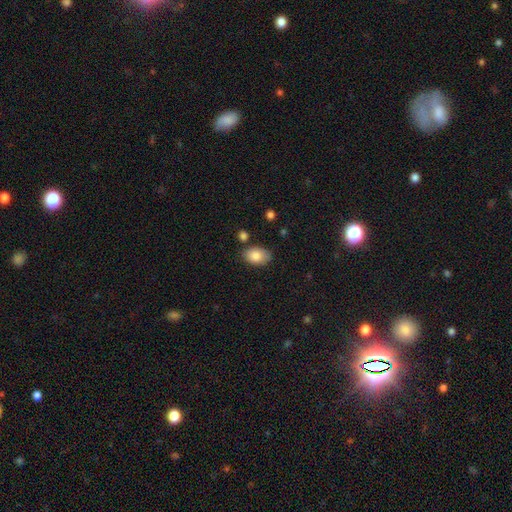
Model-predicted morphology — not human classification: Overall: smooth (84%). How rounded: in between (87%). Merging: none (76%).